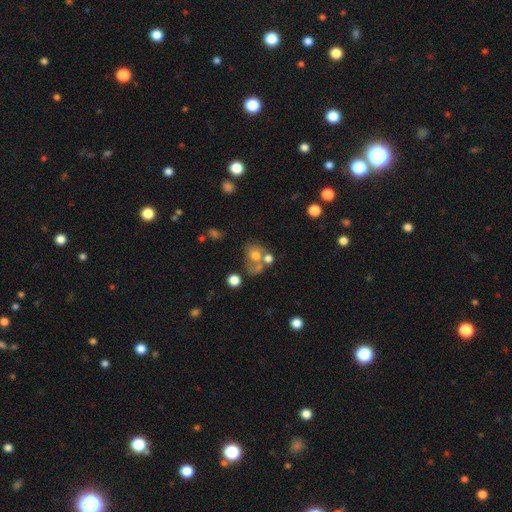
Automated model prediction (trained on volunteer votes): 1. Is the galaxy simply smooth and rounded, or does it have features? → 61% smooth, 25% featured or disk, 14% star or artifact.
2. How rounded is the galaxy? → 60% round, 39% in between, 1% cigar-shaped.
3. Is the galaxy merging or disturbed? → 43% merger, 33% none, 13% minor disturbance, 11% major disturbance.